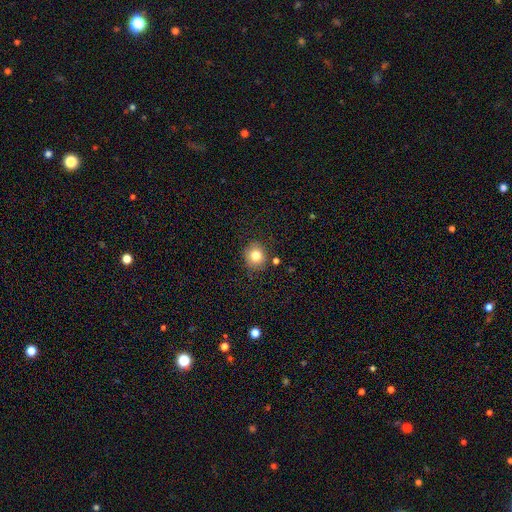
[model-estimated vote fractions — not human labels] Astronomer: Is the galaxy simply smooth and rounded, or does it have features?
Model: smooth — 80%.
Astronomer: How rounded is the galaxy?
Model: round — 85%.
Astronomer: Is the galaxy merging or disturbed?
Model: none — 82%.